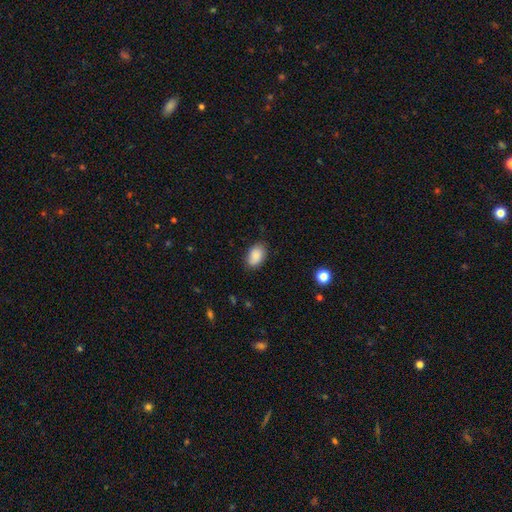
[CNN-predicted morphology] Smooth or featured? Predicted: smooth (p=0.88). How rounded? Predicted: in between (p=0.89). Merging? Predicted: none (p=0.82).